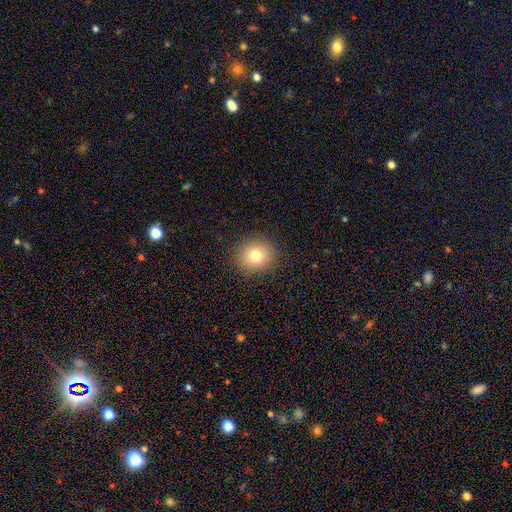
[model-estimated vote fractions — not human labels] This is likely a smooth galaxy (78%). How rounded: clearly round (82%). Merging: clearly none (89%).